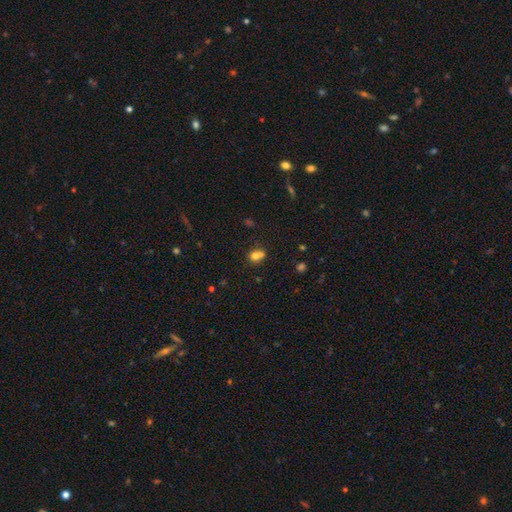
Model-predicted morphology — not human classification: type=smooth (72%); roundness=round (66%); merging=merger (49%).